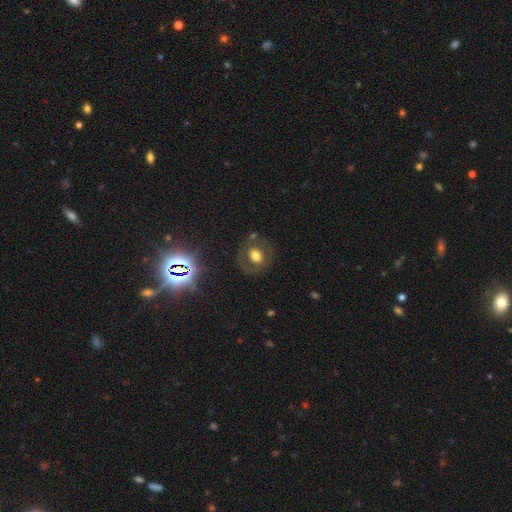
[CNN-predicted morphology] Overall: smooth (55%; featured or disk 31%). How rounded: round (69%; in between 30%). Merging: none (77%).